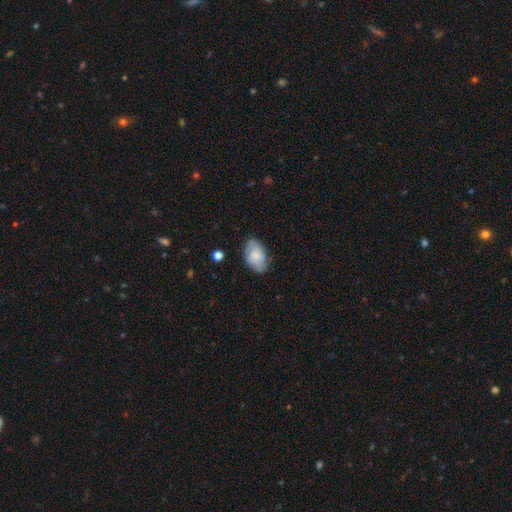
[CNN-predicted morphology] This appears to be a smooth galaxy with no disk features (69%) that is in between round and cigar-shaped (92%). Merging: none (74%).